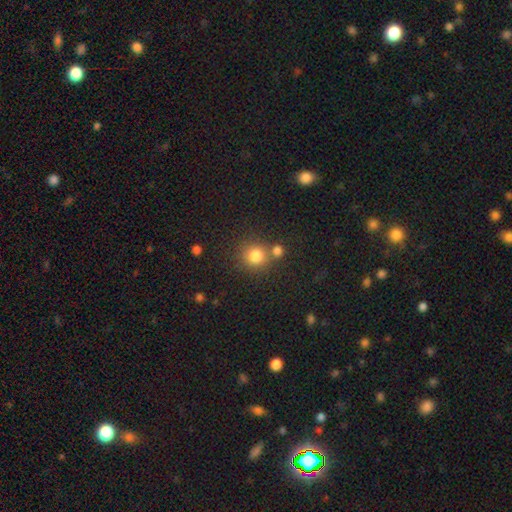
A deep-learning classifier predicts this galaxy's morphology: type=smooth (80%); roundness=round (90%); merging=none (65%).